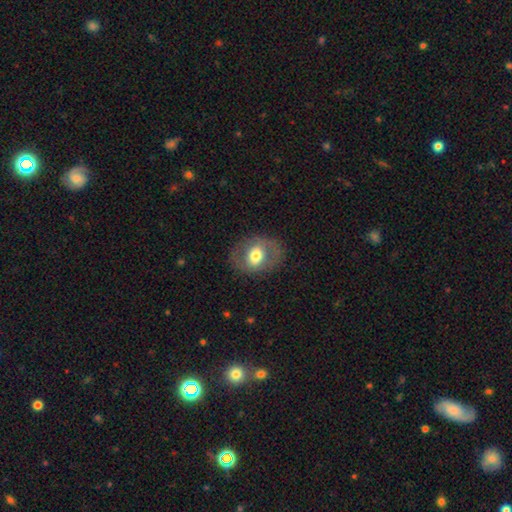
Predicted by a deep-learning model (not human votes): The model was most divided on "smooth or featured": smooth: 53%, featured or disk: 39%, star or artifact: 7%. More confident: merging — none (78%); how rounded — in between (61%).